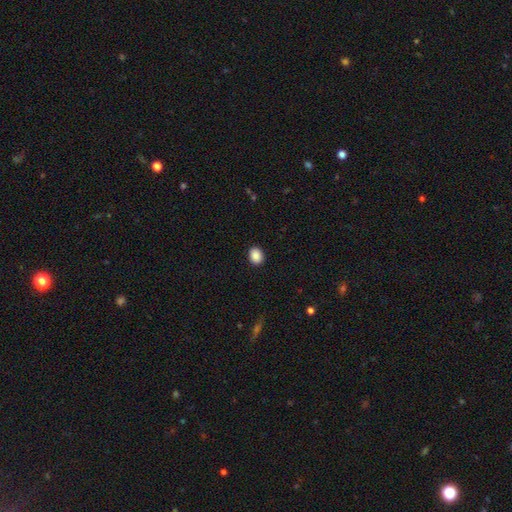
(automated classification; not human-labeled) Smooth or featured? smooth (89%)
How rounded? round (53%)
Merging? none (91%)